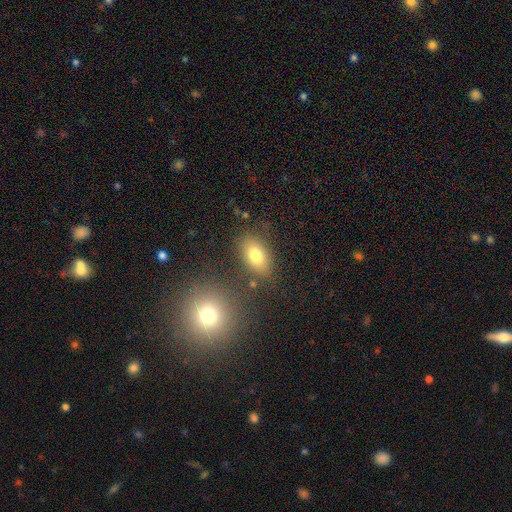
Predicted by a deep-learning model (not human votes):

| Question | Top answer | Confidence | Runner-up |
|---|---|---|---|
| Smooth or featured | smooth | 77% | featured or disk (13%) |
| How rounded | in between | 88% | round (9%) |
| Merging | none | 78% | minor disturbance (13%) |